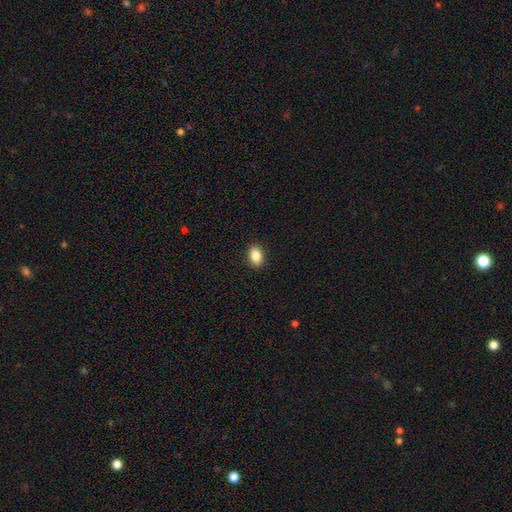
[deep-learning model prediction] smooth_or_featured: smooth (p=0.86) [alt: star or artifact p=0.09]
how_rounded: in between (p=0.82) [alt: round p=0.16]
merging: none (p=0.91) [alt: minor disturbance p=0.07]